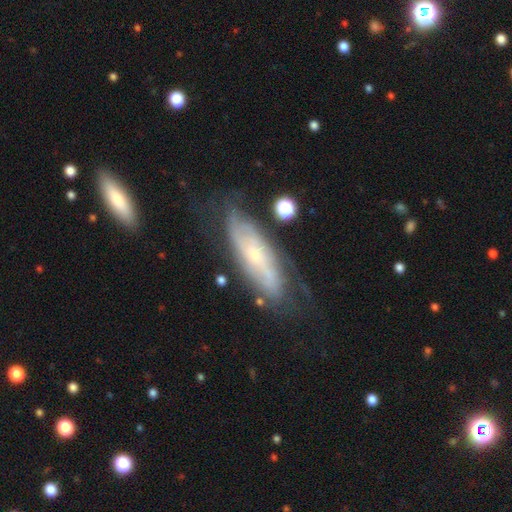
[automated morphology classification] type=featured or disk (70%); edge-on=no (80%); bar=no (73%); spiral arms=yes (80%); bulge=small (77%); merging=none (65%).